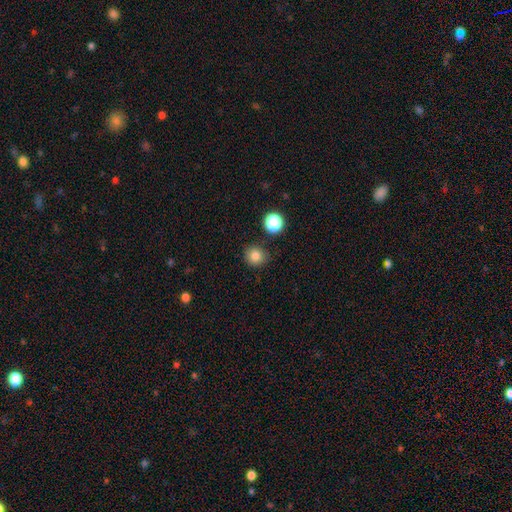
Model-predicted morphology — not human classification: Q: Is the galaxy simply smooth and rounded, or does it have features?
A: smooth — 82%.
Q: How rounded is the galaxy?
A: round — 88%.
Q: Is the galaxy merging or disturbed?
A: none — 86%.